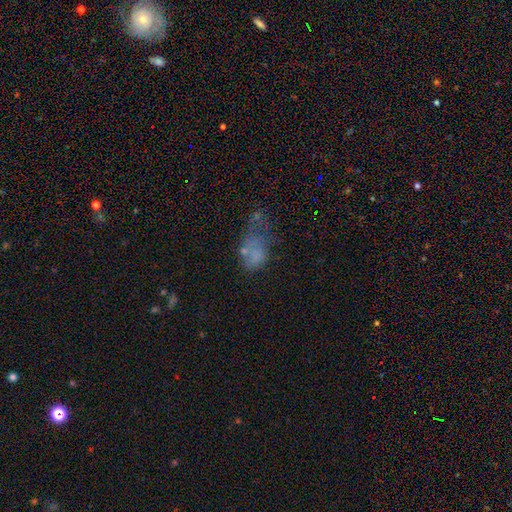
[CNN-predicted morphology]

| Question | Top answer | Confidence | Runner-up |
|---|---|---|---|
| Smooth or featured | smooth | 50% | featured or disk (31%) |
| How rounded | in between | 82% | round (14%) |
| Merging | major disturbance | 37% | none (26%) |